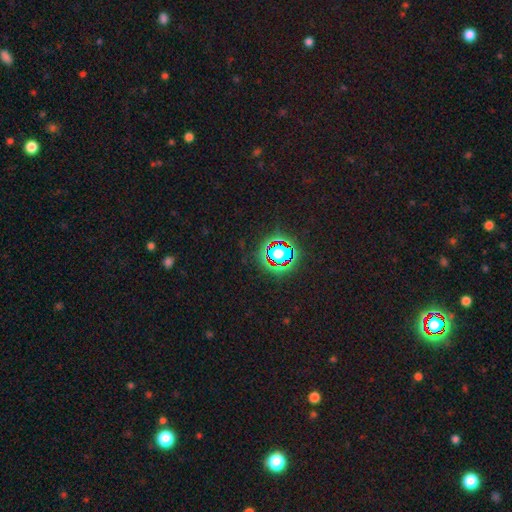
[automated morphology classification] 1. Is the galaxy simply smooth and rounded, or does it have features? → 81% star or artifact, 11% smooth, 7% featured or disk.